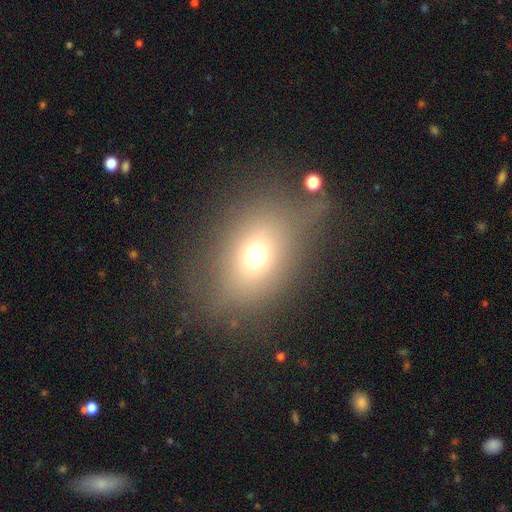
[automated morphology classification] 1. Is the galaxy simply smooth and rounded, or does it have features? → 65% smooth, 19% featured or disk, 16% star or artifact.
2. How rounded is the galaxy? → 64% in between, 33% round, 3% cigar-shaped.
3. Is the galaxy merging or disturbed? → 62% none, 19% minor disturbance, 15% major disturbance, 4% merger.